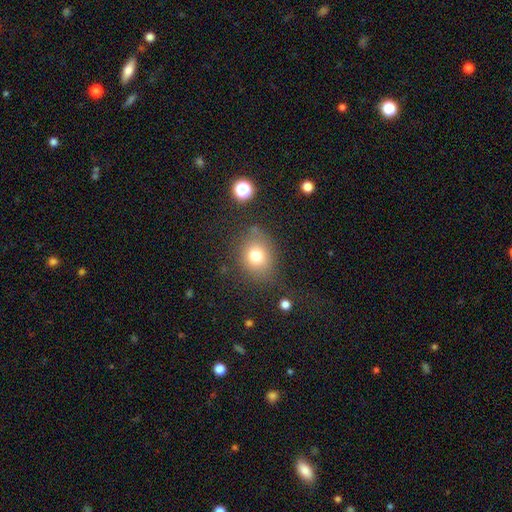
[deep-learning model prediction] smooth-or-featured: smooth: 77% | star or artifact: 13% | featured or disk: 11%
  how-rounded: round: 62% | in between: 37% | cigar-shaped: 1%
  merging: none: 74% | minor disturbance: 16% | major disturbance: 7% | merger: 3%